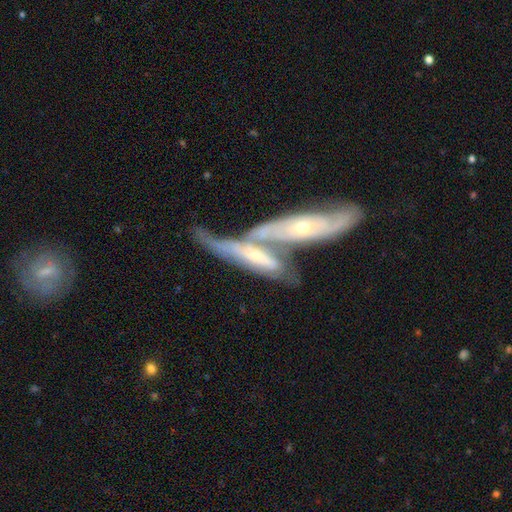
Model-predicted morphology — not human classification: A featured or disk galaxy (69%).

Vote fractions:
- Smooth or featured? featured or disk: 69% / smooth: 25% / star or artifact: 5%
- Edge-on disk? no: 54% / yes: 46%
- Merging? merger: 66% / none: 17% / minor disturbance: 11% / major disturbance: 7%